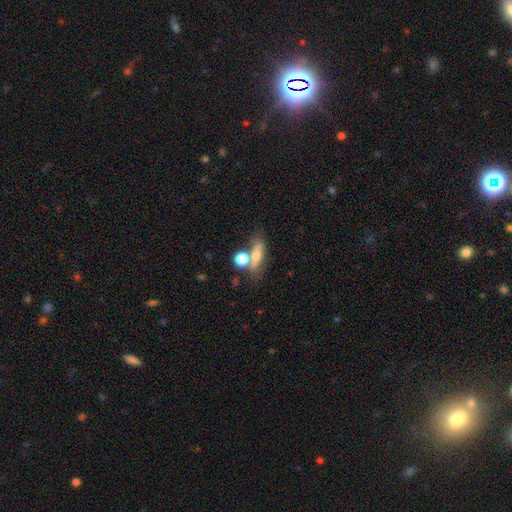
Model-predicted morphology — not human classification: This is possibly a smooth galaxy (52%). How rounded: marginally in between (43%). Merging: possibly none (51%).